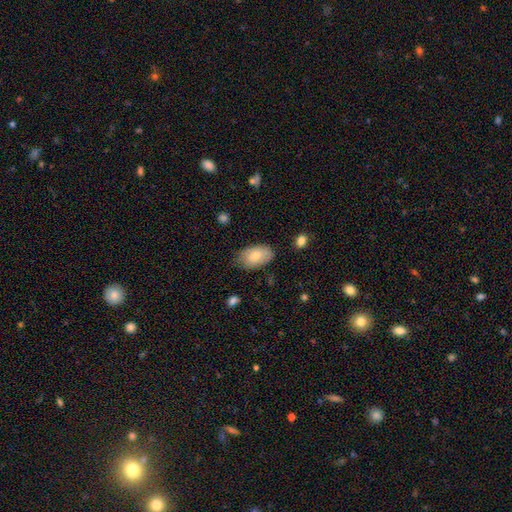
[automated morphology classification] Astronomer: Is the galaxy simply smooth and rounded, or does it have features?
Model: smooth — 80%.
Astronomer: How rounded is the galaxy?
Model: in between — 93%.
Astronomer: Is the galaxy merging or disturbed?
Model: none — 73%.